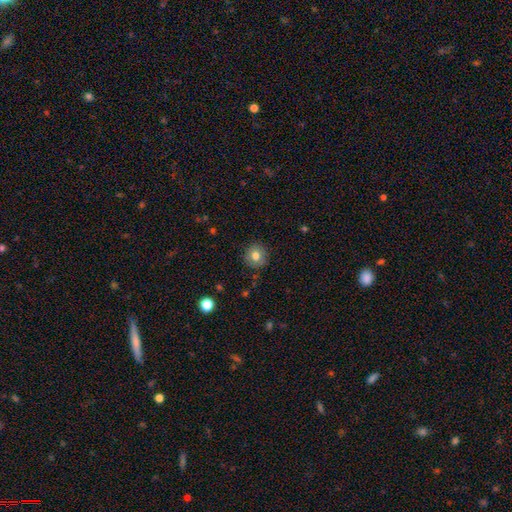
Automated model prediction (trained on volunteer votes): smooth 79%, featured or disk 11%, star or artifact 10%. Down the decision tree: how rounded — round (92%); merging — none (89%).